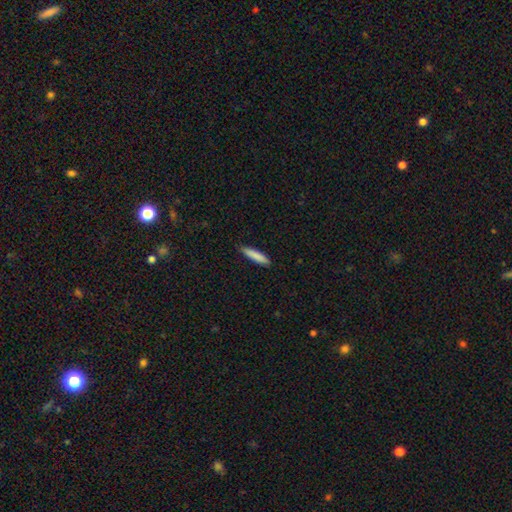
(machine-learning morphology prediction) Overall: smooth (85%). How rounded: cigar-shaped (84%). Merging: none (87%).